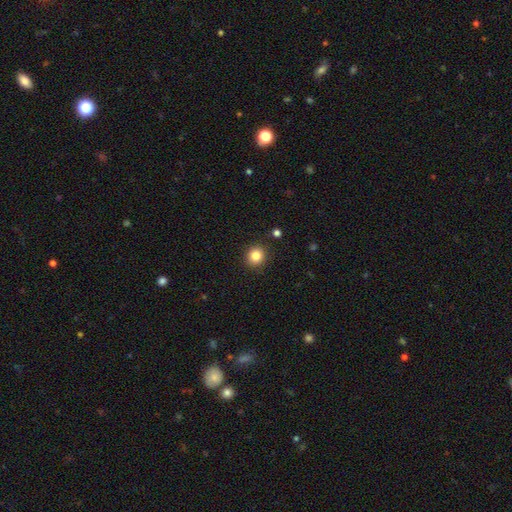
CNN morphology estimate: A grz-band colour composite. It shows a smooth galaxy with no disk features (84%) that is round (88%). Merging: none (90%).